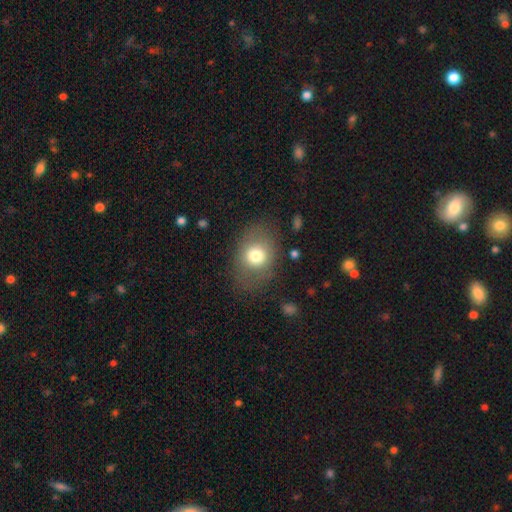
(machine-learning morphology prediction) smooth-or-featured: smooth: 74% | featured or disk: 16% | star or artifact: 10%
  how-rounded: in between: 58% | round: 41% | cigar-shaped: 1%
  merging: none: 72% | minor disturbance: 16% | major disturbance: 10% | merger: 2%